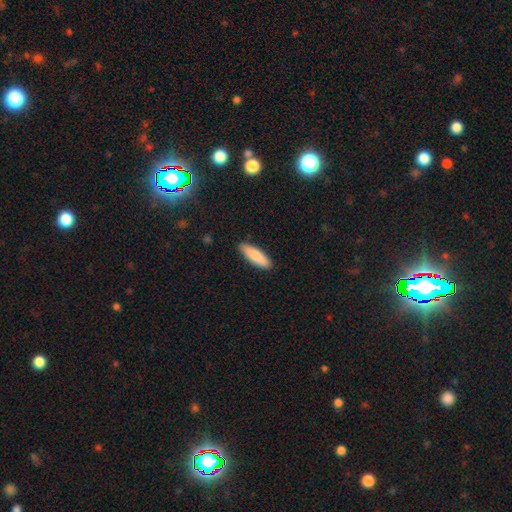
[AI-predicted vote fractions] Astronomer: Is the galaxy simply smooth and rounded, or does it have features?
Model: smooth — 85%.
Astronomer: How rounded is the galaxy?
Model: cigar-shaped — 56% (runner-up: in between, 42%).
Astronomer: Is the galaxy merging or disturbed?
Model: none — 89%.